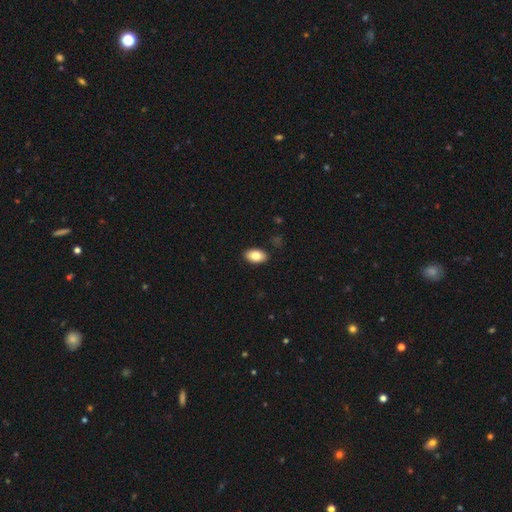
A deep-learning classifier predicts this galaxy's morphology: smooth_or_featured: smooth (p=0.82) [alt: featured or disk p=0.11]
how_rounded: in between (p=0.93) [alt: round p=0.06]
merging: none (p=0.90) [alt: minor disturbance p=0.08]